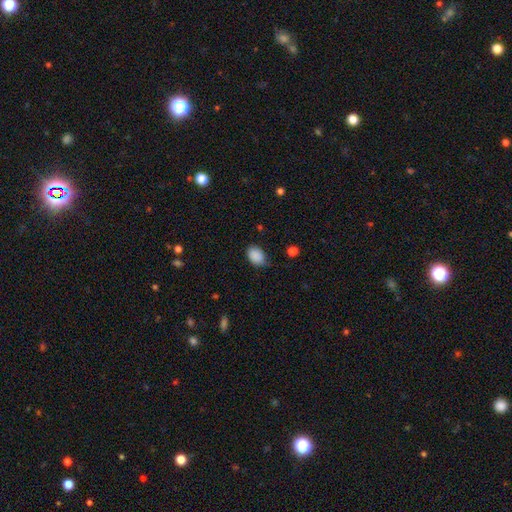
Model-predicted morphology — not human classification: This is clearly a smooth galaxy (89%). How rounded: likely in between (79%). Merging: likely none (73%).